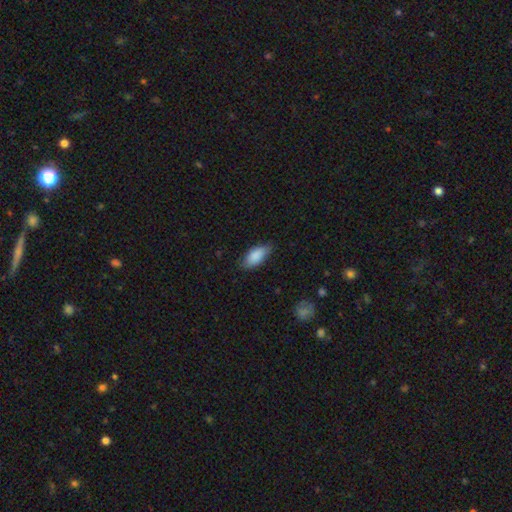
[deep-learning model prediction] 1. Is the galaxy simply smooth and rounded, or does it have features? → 87% smooth, 7% featured or disk, 6% star or artifact.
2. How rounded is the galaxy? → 89% in between, 8% cigar-shaped, 2% round.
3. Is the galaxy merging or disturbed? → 73% none, 22% minor disturbance, 4% major disturbance, 1% merger.